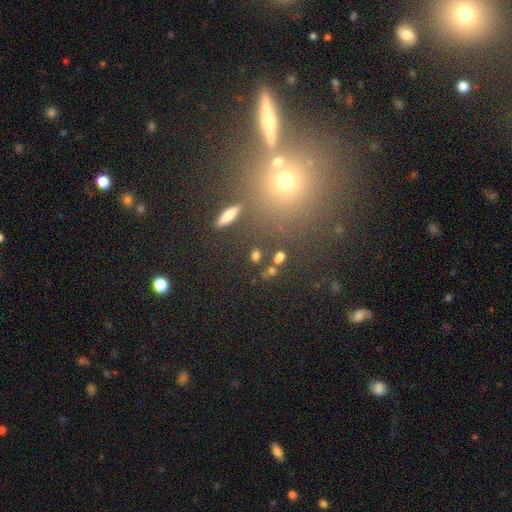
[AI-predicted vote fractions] Smooth or featured? Predicted: smooth (p=0.70). How rounded? Predicted: in between (p=0.48). Merging? Predicted: none (p=0.73).